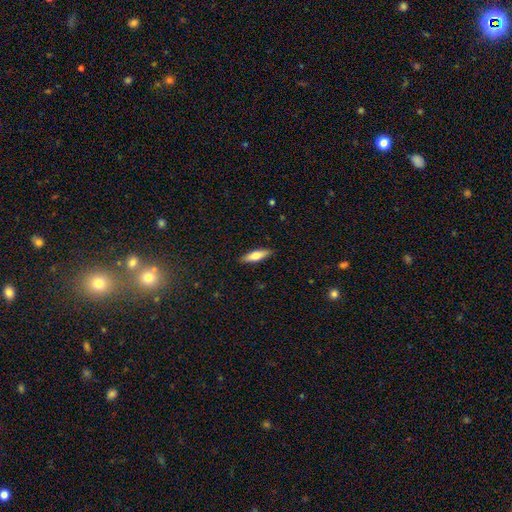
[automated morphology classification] Overall: smooth (65%; featured or disk 29%). How rounded: cigar-shaped (58%; in between 40%). Merging: none (89%).